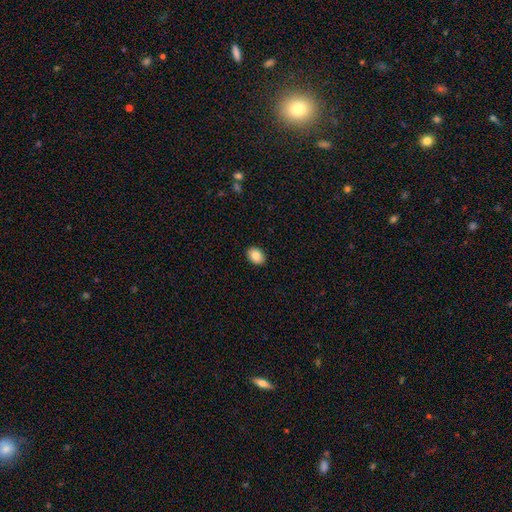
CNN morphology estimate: smooth-or-featured: smooth: 85% | star or artifact: 8% | featured or disk: 7%
  how-rounded: in between: 72% | round: 27% | cigar-shaped: 1%
  merging: none: 91% | minor disturbance: 7% | major disturbance: 2% | merger: 1%